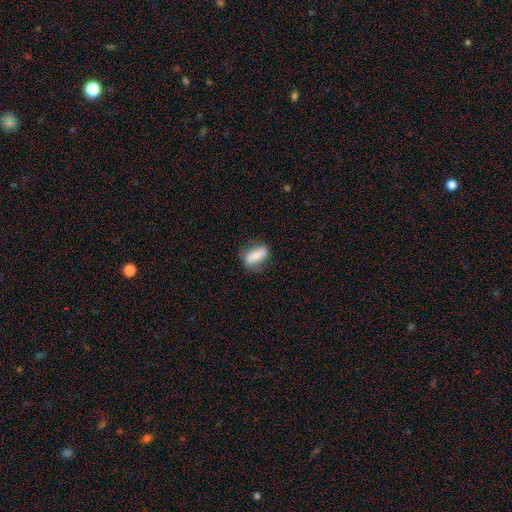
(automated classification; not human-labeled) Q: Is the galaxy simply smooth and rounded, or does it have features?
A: smooth — 75%.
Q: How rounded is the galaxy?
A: in between — 72%.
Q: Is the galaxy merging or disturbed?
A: none — 73%.